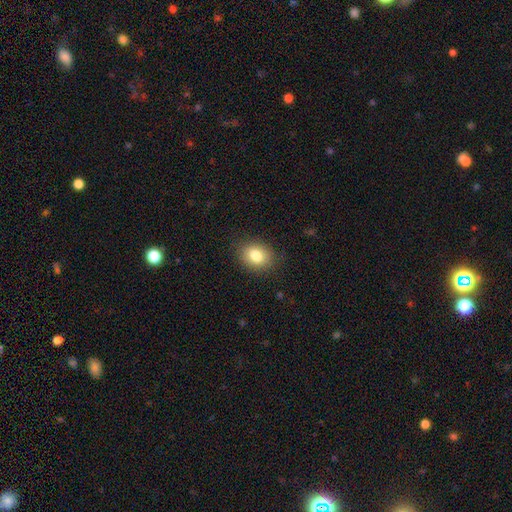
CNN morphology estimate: Smooth or featured: smooth — 82% (star or artifact — 9%)
How rounded: in between — 60% (round — 39%)
Merging: none — 86% (minor disturbance — 10%)